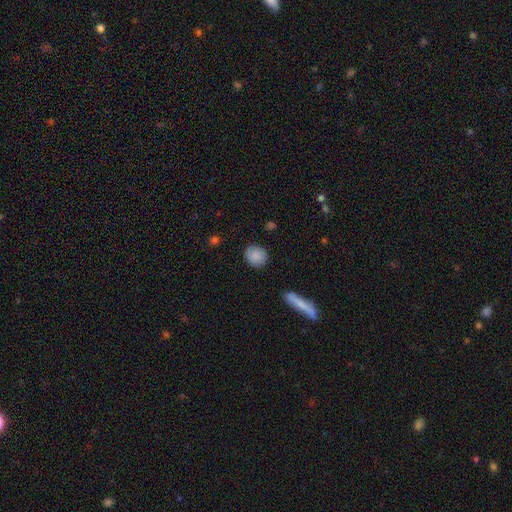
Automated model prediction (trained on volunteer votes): smooth-or-featured: smooth: 86% | star or artifact: 7% | featured or disk: 7%
  how-rounded: round: 81% | in between: 17% | cigar-shaped: 2%
  merging: none: 85% | minor disturbance: 11% | major disturbance: 3% | merger: 1%